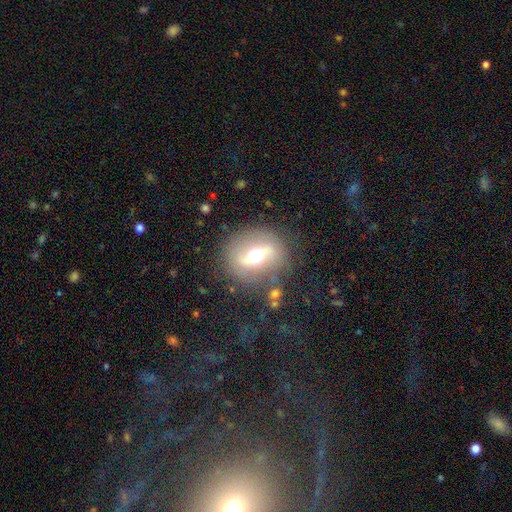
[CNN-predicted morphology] This is possibly a featured or disk galaxy (59%). It is clearly not viewed edge-on (83%). Merging: likely none (76%).